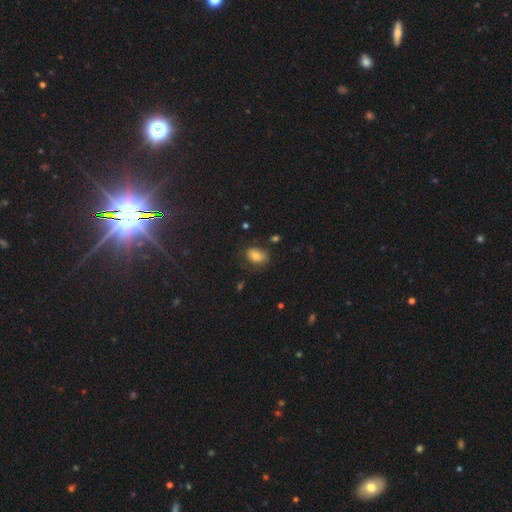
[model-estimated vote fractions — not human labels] smooth_or_featured: smooth (p=0.79) [alt: star or artifact p=0.11]
how_rounded: in between (p=0.83) [alt: round p=0.15]
merging: none (p=0.66) [alt: minor disturbance p=0.23]